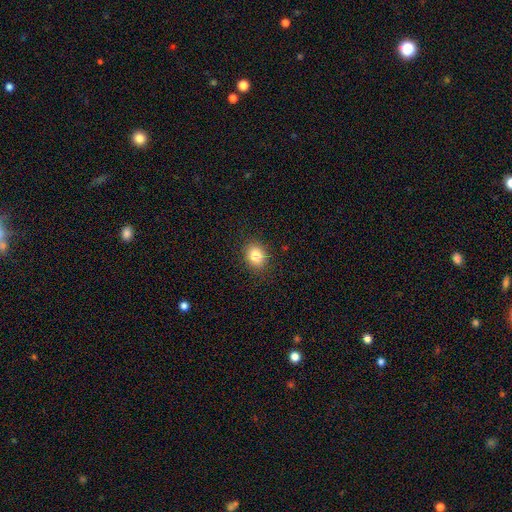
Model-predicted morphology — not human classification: A smooth galaxy with no disk features (83%) that is round (58%). Merging: none (88%).